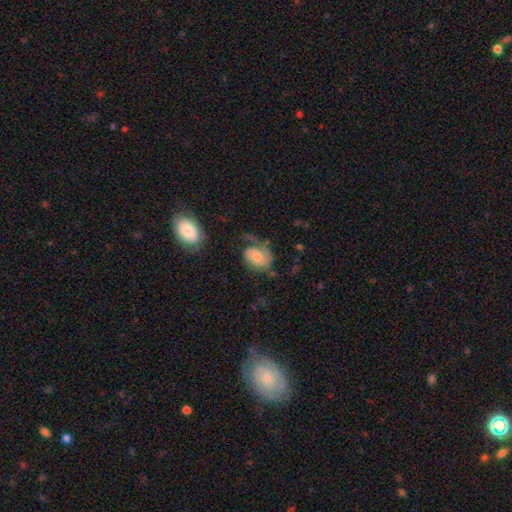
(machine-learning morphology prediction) A smooth galaxy with no disk features (54%) that is in between round and cigar-shaped (71%). Merging: none (36%).